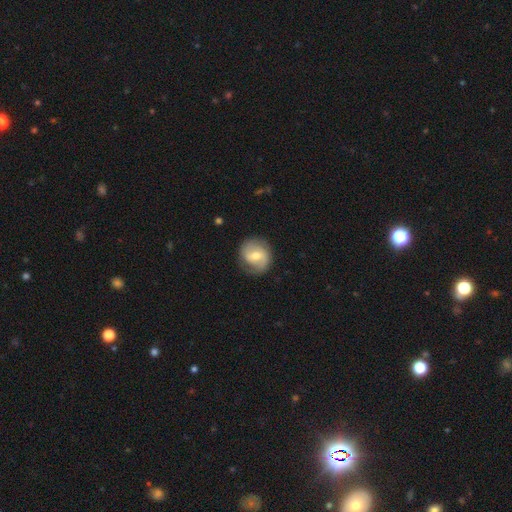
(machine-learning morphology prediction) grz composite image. It shows a featured or disk galaxy (59%) with a weak bar (49%), spiral arms (80%) and a moderate central bulge (63%). Merging: none (79%).